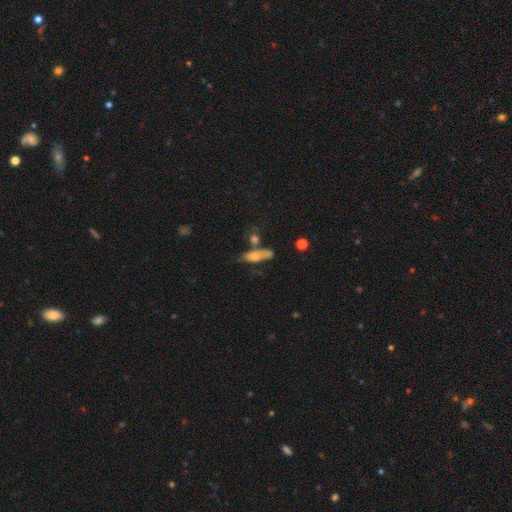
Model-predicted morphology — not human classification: Smooth or featured? Predicted: smooth (p=0.64). How rounded? Predicted: in between (p=0.48, tied with cigar-shaped). Merging? Predicted: none (p=0.50).